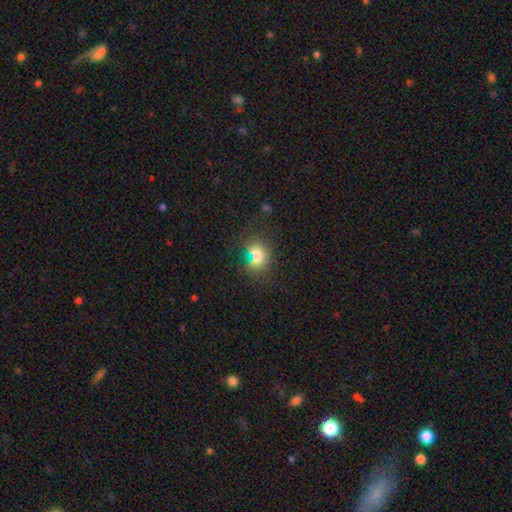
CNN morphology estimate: smooth_or_featured: smooth (p=0.71) [alt: star or artifact p=0.18]
how_rounded: round (p=0.60) [alt: in between p=0.39]
merging: none (p=0.64) [alt: minor disturbance p=0.17]